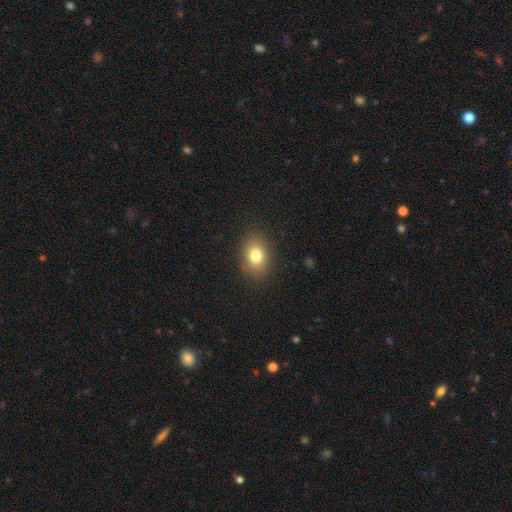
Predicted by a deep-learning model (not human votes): Smooth or featured: smooth — 79% (star or artifact — 11%)
How rounded: in between — 67% (round — 31%)
Merging: none — 87% (minor disturbance — 9%)